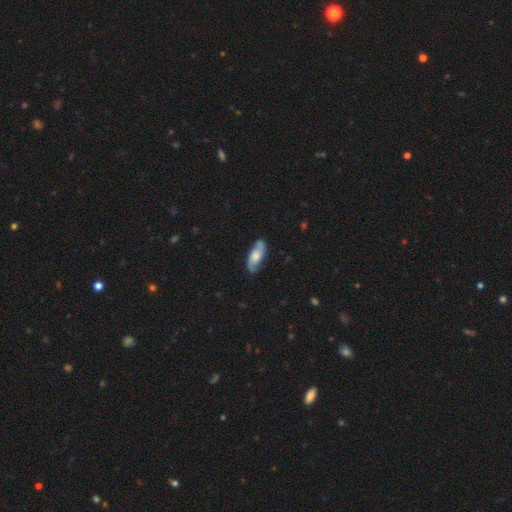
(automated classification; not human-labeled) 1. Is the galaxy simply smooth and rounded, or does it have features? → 51% featured or disk, 43% smooth, 6% star or artifact.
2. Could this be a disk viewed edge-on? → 83% no, 17% yes.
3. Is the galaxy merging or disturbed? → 81% none, 14% minor disturbance, 3% major disturbance, 1% merger.